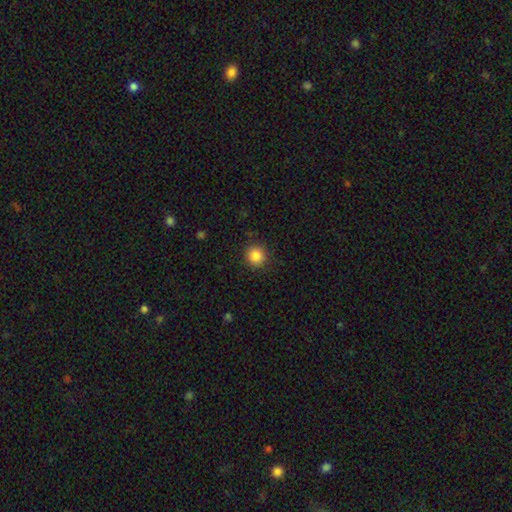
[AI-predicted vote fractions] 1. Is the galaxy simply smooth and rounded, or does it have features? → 86% smooth, 10% star or artifact, 4% featured or disk.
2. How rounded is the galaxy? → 92% round, 7% in between, 1% cigar-shaped.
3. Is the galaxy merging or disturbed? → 90% none, 6% minor disturbance, 2% major disturbance, 1% merger.